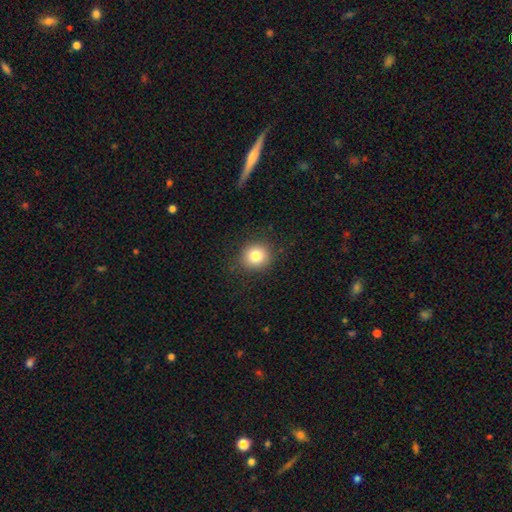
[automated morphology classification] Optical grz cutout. It shows a smooth galaxy with no disk features (81%) that is round (87%). Merging: none (88%).